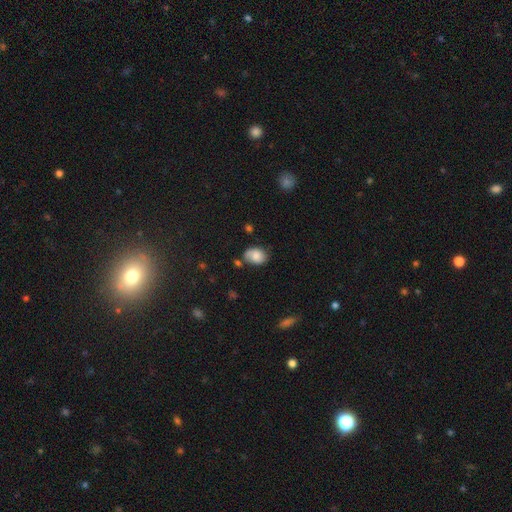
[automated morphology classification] This appears to be a smooth galaxy with no disk features (67%) that is in between round and cigar-shaped (73%). Merging: none (57%).